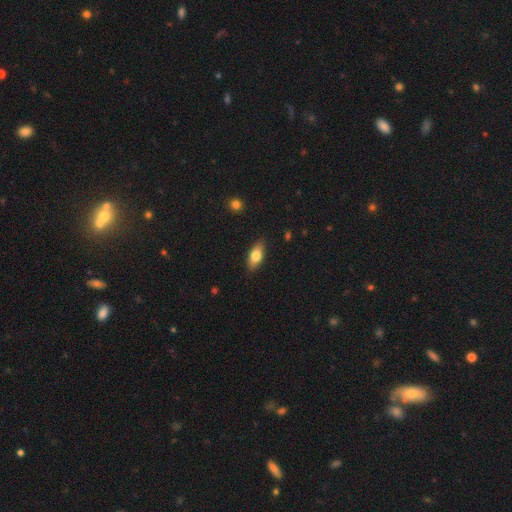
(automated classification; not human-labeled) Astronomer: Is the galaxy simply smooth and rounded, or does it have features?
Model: smooth — 77%.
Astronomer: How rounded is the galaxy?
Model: in between — 84%.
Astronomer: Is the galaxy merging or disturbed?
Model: none — 87%.